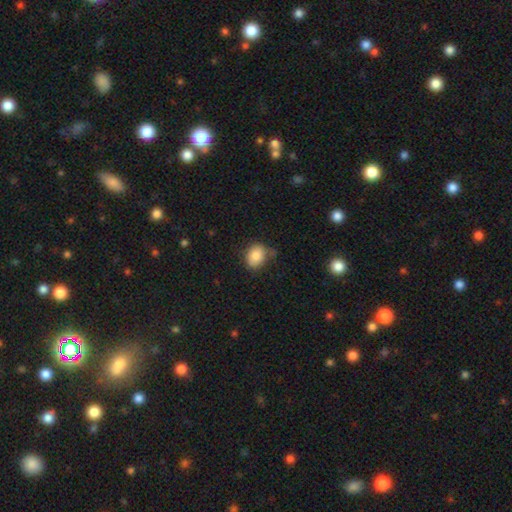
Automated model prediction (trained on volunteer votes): smooth-or-featured: smooth: 84% | star or artifact: 9% | featured or disk: 7%
  how-rounded: in between: 58% | round: 41% | cigar-shaped: 1%
  merging: none: 66% | minor disturbance: 25% | major disturbance: 6% | merger: 4%